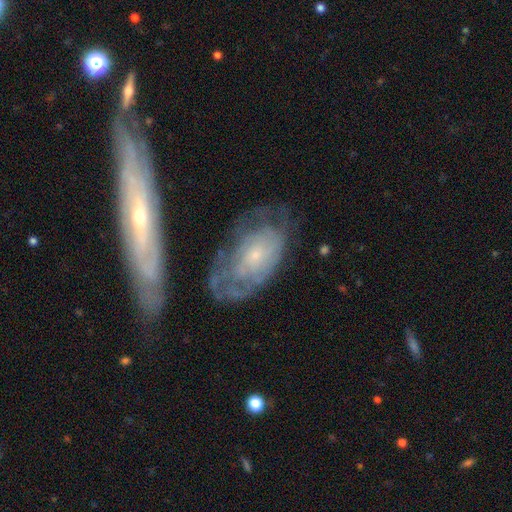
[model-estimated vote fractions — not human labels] Overall: featured or disk (62%; smooth 30%). Edge-on disk: no (90%). Bar: no (81%). Spiral arms: yes (64%; no 36%). Bulge size: small (71%). Merging: none (46%; minor disturbance 26%).